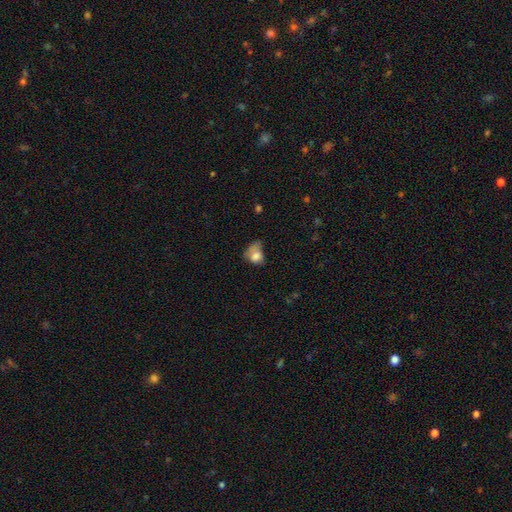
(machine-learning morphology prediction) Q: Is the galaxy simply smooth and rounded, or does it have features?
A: smooth — 74%.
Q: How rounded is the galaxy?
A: in between — 60%.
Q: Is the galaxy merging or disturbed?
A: major disturbance — 35%.